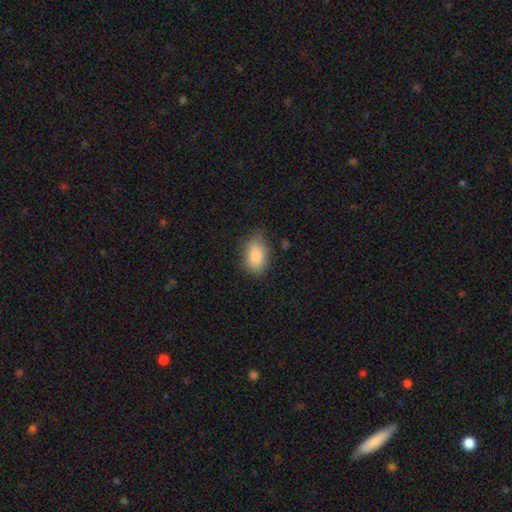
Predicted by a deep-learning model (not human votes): Morphology: type=smooth (87%); roundness=in between (87%); merging=none (71%).